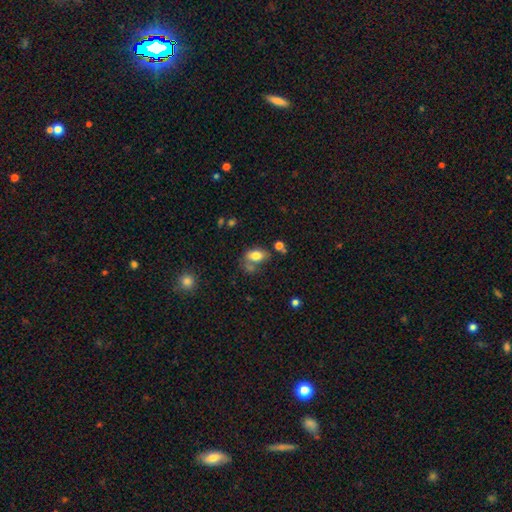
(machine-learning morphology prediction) A smooth galaxy with no disk features (78%) that is in between round and cigar-shaped (87%). Merging: none (48%).